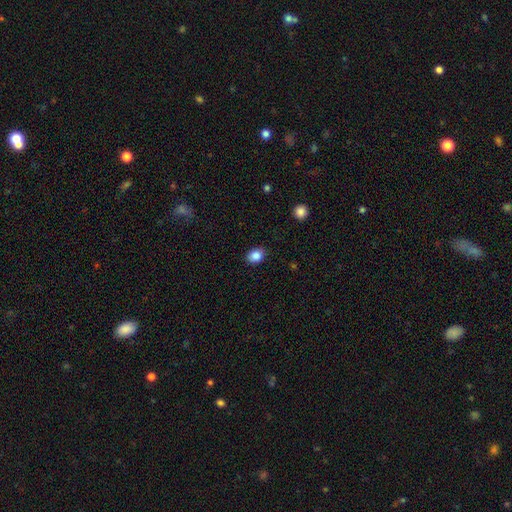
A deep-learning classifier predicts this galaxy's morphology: smooth_or_featured: smooth (p=0.87) [alt: star or artifact p=0.09]
how_rounded: in between (p=0.64) [alt: round p=0.35]
merging: none (p=0.87) [alt: minor disturbance p=0.09]